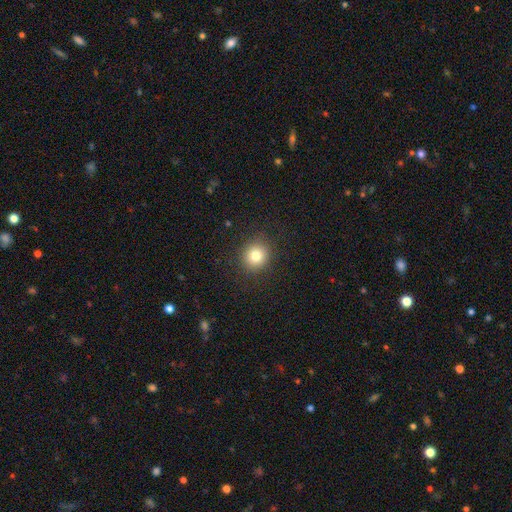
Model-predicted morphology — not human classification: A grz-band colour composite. It shows a smooth galaxy with no disk features (80%) that is round (87%). Merging: none (90%).